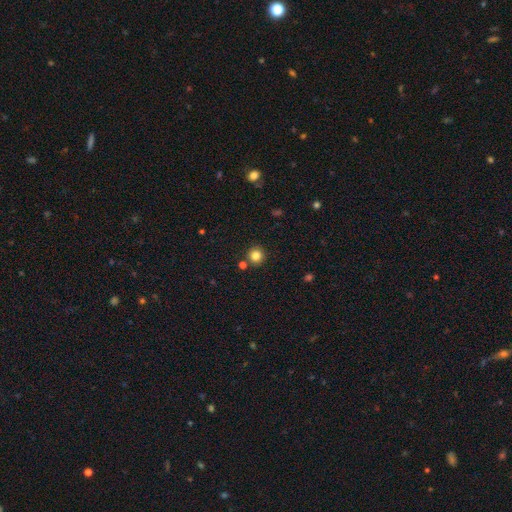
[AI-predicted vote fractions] Smooth or featured? smooth (82%)
How rounded? round (94%)
Merging? none (86%)